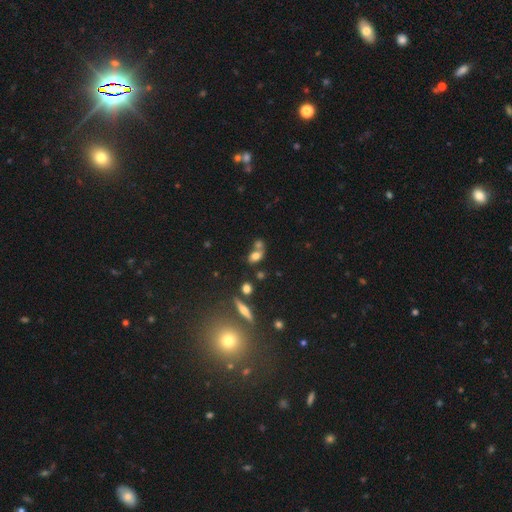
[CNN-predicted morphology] A smooth galaxy with no disk features (68%) that is in between round and cigar-shaped (76%).

Vote fractions:
- Smooth or featured? smooth: 68% / featured or disk: 18% / star or artifact: 14%
- How rounded? in between: 76% / round: 18% / cigar-shaped: 5%
- Merging? none: 42% / merger: 40% / minor disturbance: 12% / major disturbance: 6%